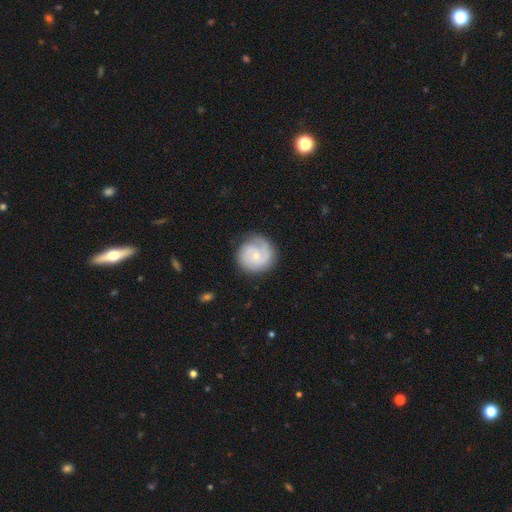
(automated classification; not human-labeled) Q: Smooth or featured?
A: featured or disk (63%); runner-up: smooth (31%)
Q: Edge-on disk?
A: no (98%); runner-up: yes (2%)
Q: Bar?
A: no (73%); runner-up: weak (24%)
Q: Spiral arms?
A: yes (89%); runner-up: no (11%)
Q: Spiral winding?
A: tight (51%); runner-up: medium (35%)
Q: Spiral arm count?
A: 2 (45%); runner-up: 1 (25%)
Q: Bulge size?
A: small (64%); runner-up: moderate (31%)
Q: Merging?
A: none (77%); runner-up: minor disturbance (16%)